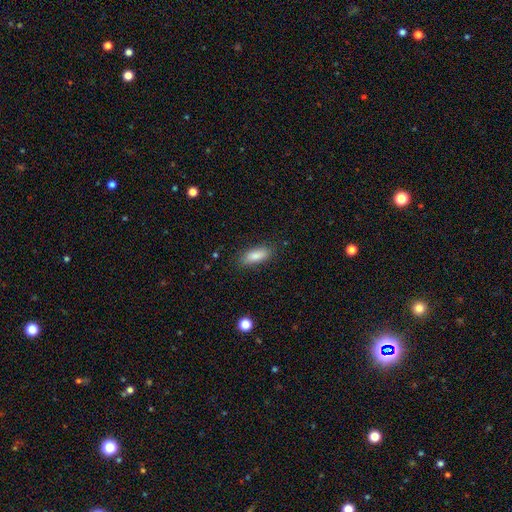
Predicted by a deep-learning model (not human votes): The model was most divided on "how rounded": in between: 73%, cigar-shaped: 24%, round: 2%. More confident: smooth or featured — smooth (85%); merging — none (84%).